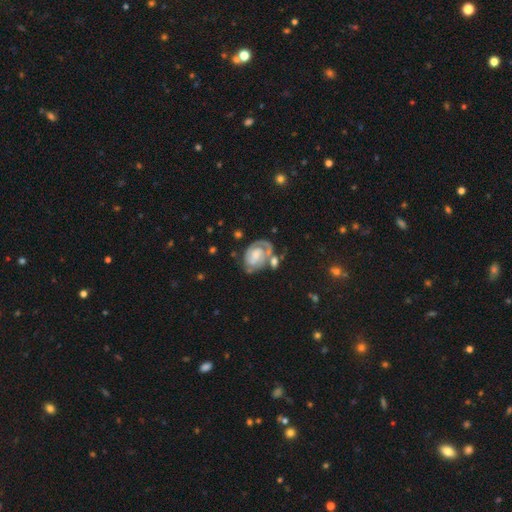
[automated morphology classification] smooth_or_featured: featured or disk (p=0.79) [alt: smooth p=0.15]
disk_edge_on: no (p=0.98) [alt: yes p=0.02]
bar: no (p=0.48) [alt: weak p=0.38]
has_spiral_arms: yes (p=0.92) [alt: no p=0.08]
spiral_winding: tight (p=0.62) [alt: medium p=0.29]
spiral_arm_count: 2 (p=0.49) [alt: 1 p=0.33]
bulge_size: none (p=0.30) [alt: moderate p=0.25]
merging: none (p=0.49) [alt: minor disturbance p=0.21]